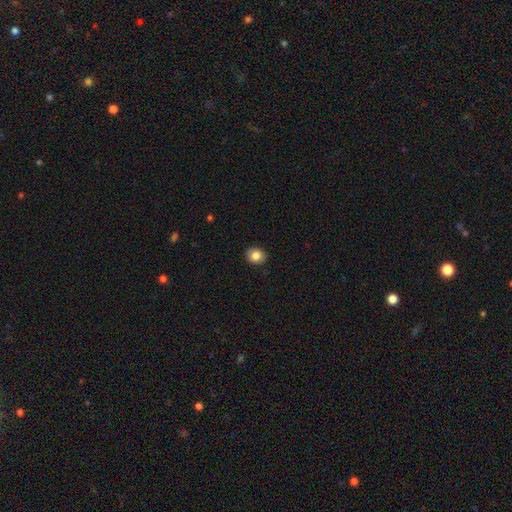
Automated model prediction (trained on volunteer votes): Q: Smooth or featured?
A: smooth (84%); runner-up: star or artifact (9%)
Q: How rounded?
A: round (61%); runner-up: in between (38%)
Q: Merging?
A: none (90%); runner-up: minor disturbance (7%)